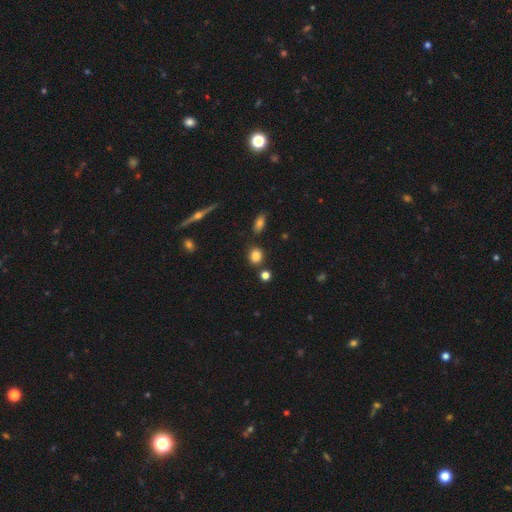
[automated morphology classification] Smooth or featured: smooth — 82% (star or artifact — 11%)
How rounded: round — 69% (in between — 29%)
Merging: none — 81% (minor disturbance — 10%)